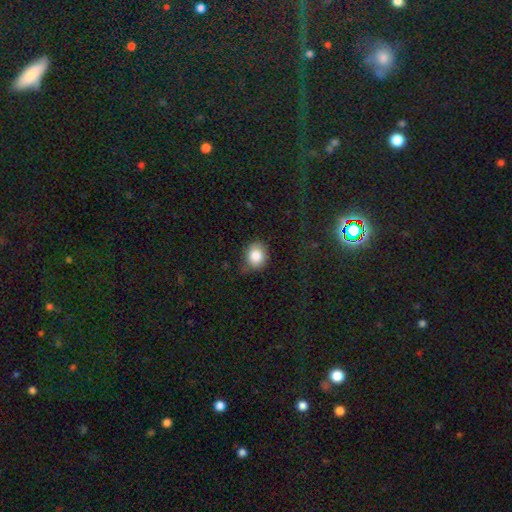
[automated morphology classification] Smooth or featured?
  - smooth: 84% *
  - star or artifact: 9%
  - featured or disk: 7%
How rounded?
  - round: 63% *
  - in between: 36%
  - cigar-shaped: 1%
Merging?
  - none: 76% *
  - minor disturbance: 18%
  - major disturbance: 4%
  - merger: 2%